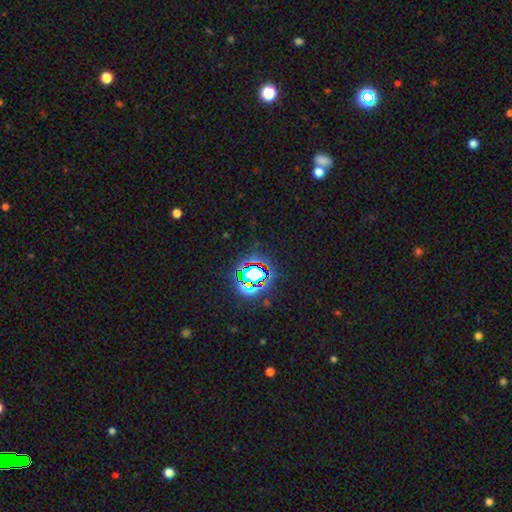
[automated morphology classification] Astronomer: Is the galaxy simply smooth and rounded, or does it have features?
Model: star or artifact — 81%.